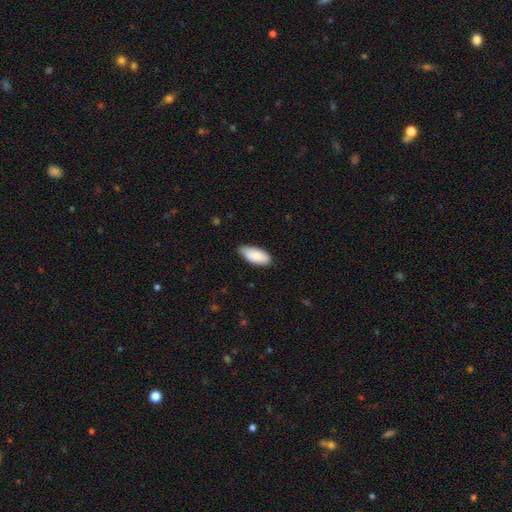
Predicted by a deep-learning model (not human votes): This appears to be a smooth galaxy with no disk features (85%) that is in between round and cigar-shaped (88%). Merging: none (77%).